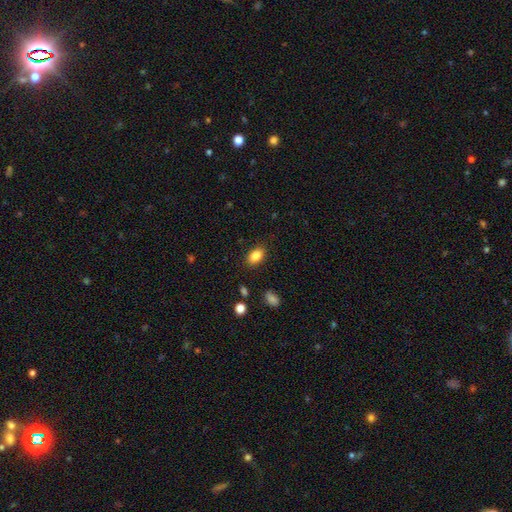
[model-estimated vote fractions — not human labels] Smooth or featured?
  - smooth: 85% *
  - star or artifact: 9%
  - featured or disk: 6%
How rounded?
  - in between: 87% *
  - round: 11%
  - cigar-shaped: 2%
Merging?
  - none: 86% *
  - minor disturbance: 10%
  - major disturbance: 3%
  - merger: 1%